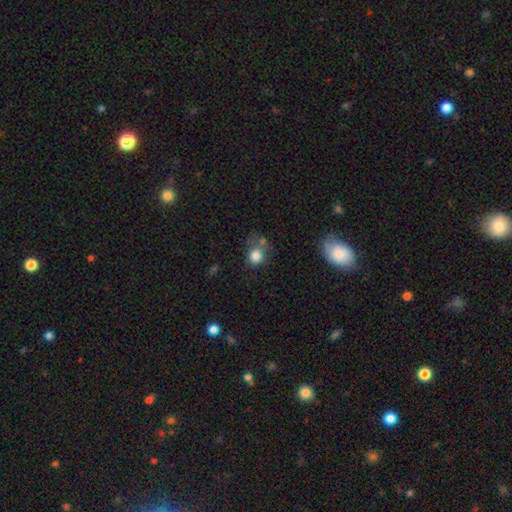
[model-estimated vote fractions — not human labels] A smooth galaxy with no disk features (80%) that is round (74%).

Vote fractions:
- Smooth or featured? smooth: 80% / star or artifact: 10% / featured or disk: 10%
- How rounded? round: 74% / in between: 25% / cigar-shaped: 1%
- Merging? none: 42% / minor disturbance: 22% / merger: 20% / major disturbance: 16%